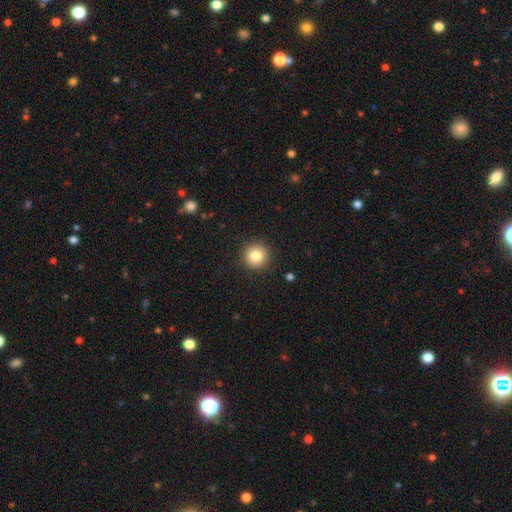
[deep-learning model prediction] The model was most divided on "smooth or featured": smooth: 83%, star or artifact: 10%, featured or disk: 7%. More confident: how rounded — round (95%); merging — none (92%).